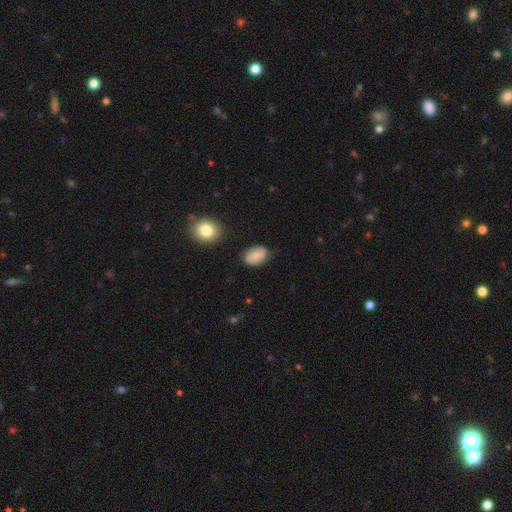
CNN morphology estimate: Smooth or featured?
  - smooth: 74% *
  - featured or disk: 18%
  - star or artifact: 8%
How rounded?
  - in between: 84% *
  - round: 14%
  - cigar-shaped: 1%
Merging?
  - none: 75% *
  - minor disturbance: 19%
  - major disturbance: 4%
  - merger: 2%